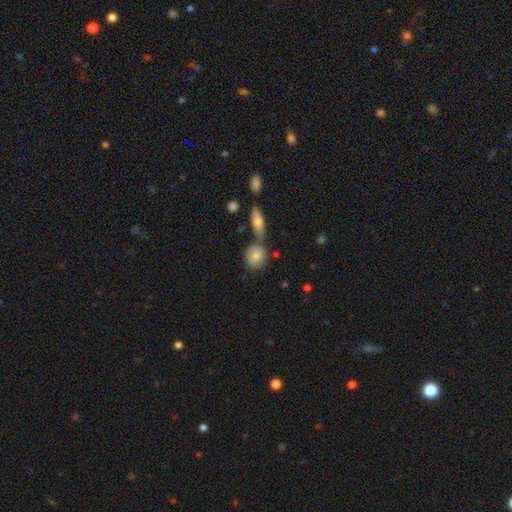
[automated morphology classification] The model was most divided on "merging": none: 57%, merger: 23%, minor disturbance: 15%, major disturbance: 5%. More confident: smooth or featured — smooth (80%); how rounded — round (68%).